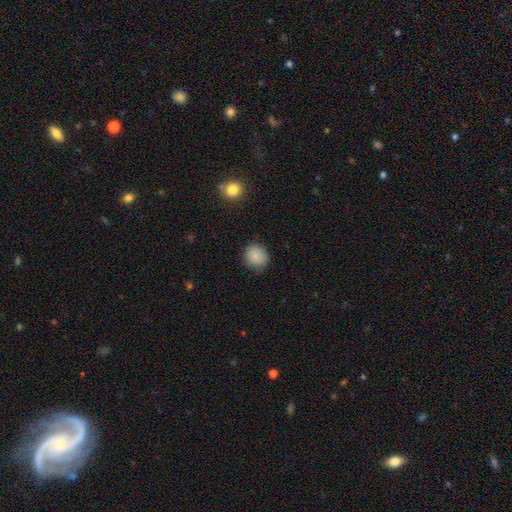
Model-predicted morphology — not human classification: Q: Smooth or featured?
A: smooth (87%); runner-up: star or artifact (8%)
Q: How rounded?
A: round (85%); runner-up: in between (14%)
Q: Merging?
A: none (85%); runner-up: minor disturbance (11%)